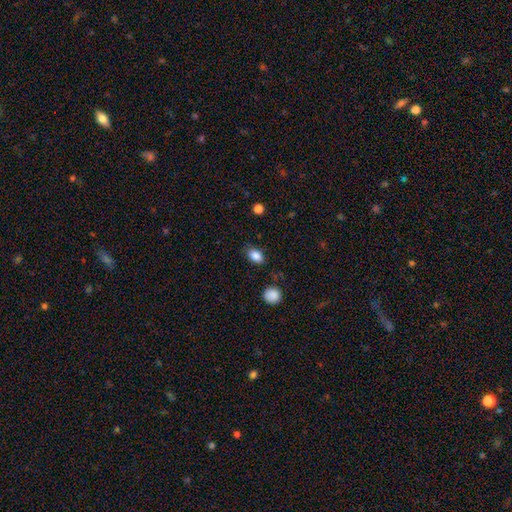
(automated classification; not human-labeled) Smooth or featured?
  - smooth: 86% *
  - star or artifact: 9%
  - featured or disk: 5%
How rounded?
  - in between: 83% *
  - round: 15%
  - cigar-shaped: 2%
Merging?
  - none: 80% *
  - minor disturbance: 15%
  - major disturbance: 4%
  - merger: 2%